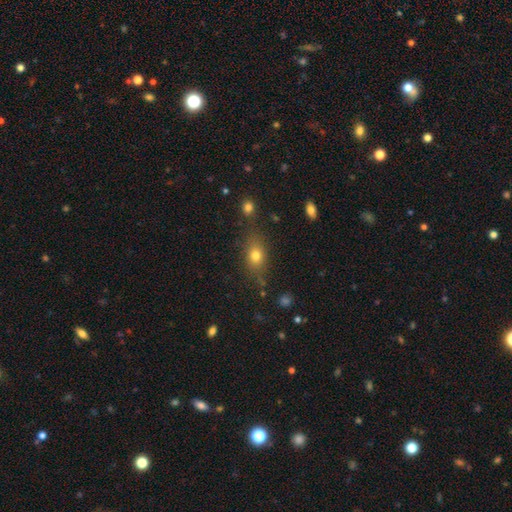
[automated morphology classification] Q: Smooth or featured?
A: smooth (73%); runner-up: star or artifact (14%)
Q: How rounded?
A: in between (65%); runner-up: round (30%)
Q: Merging?
A: none (74%); runner-up: minor disturbance (16%)